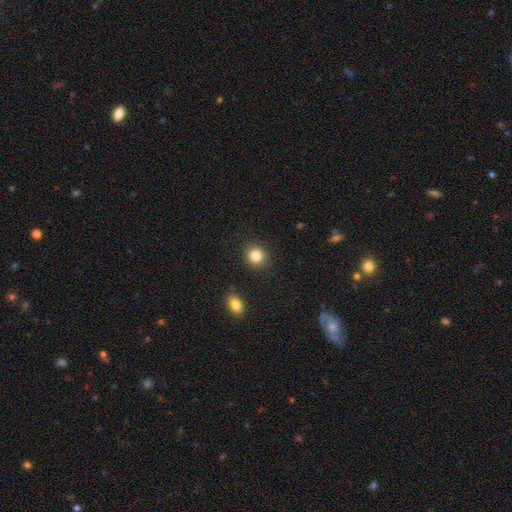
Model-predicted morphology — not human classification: Smooth or featured? smooth (84%)
How rounded? round (83%)
Merging? none (88%)